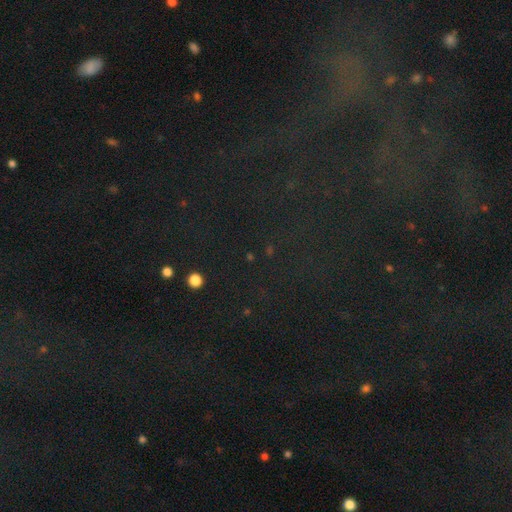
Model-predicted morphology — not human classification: Q: Smooth or featured?
A: star or artifact (78%); runner-up: smooth (11%)